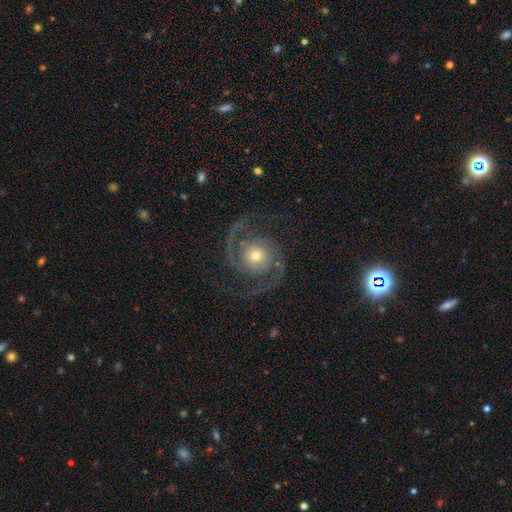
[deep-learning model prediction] Smooth or featured?
  - featured or disk: 93% *
  - star or artifact: 4%
  - smooth: 3%
Edge-on disk?
  - no: 98% *
  - yes: 2%
Bar?
  - no: 73% *
  - weak: 20%
  - strong: 8%
Spiral arms?
  - yes: 99% *
  - no: 1%
Spiral winding?
  - medium: 59% *
  - tight: 27%
  - loose: 14%
Spiral arm count?
  - 2: 93% *
  - 3: 3%
  - can't tell: 1%
  - 4: 1%
  - 1: 1%
  - more than 4: 1%
Bulge size?
  - moderate: 56% *
  - small: 36%
  - large: 6%
  - dominant: 1%
  - none: 1%
Merging?
  - none: 80% *
  - minor disturbance: 12%
  - major disturbance: 7%
  - merger: 1%